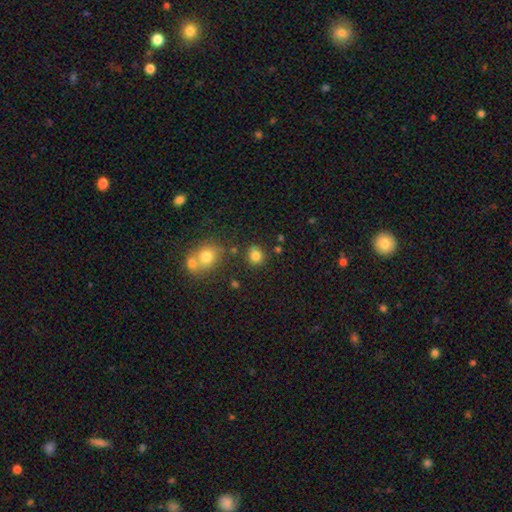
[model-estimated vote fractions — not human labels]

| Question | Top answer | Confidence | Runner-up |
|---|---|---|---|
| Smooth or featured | smooth | 81% | star or artifact (13%) |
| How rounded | round | 77% | in between (22%) |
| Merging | none | 80% | minor disturbance (10%) |